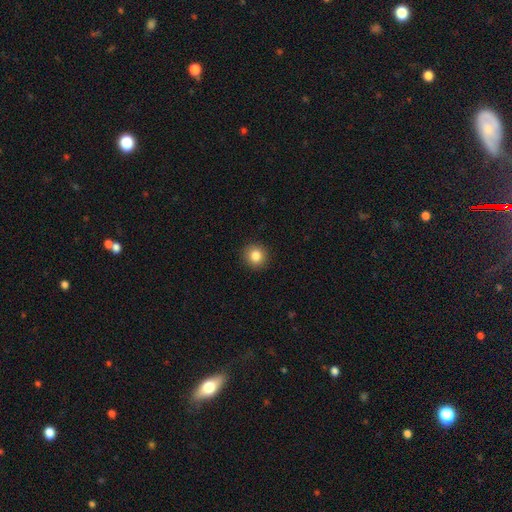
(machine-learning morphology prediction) Q: Smooth or featured?
A: smooth (84%); runner-up: star or artifact (10%)
Q: How rounded?
A: round (90%); runner-up: in between (9%)
Q: Merging?
A: none (92%); runner-up: minor disturbance (5%)